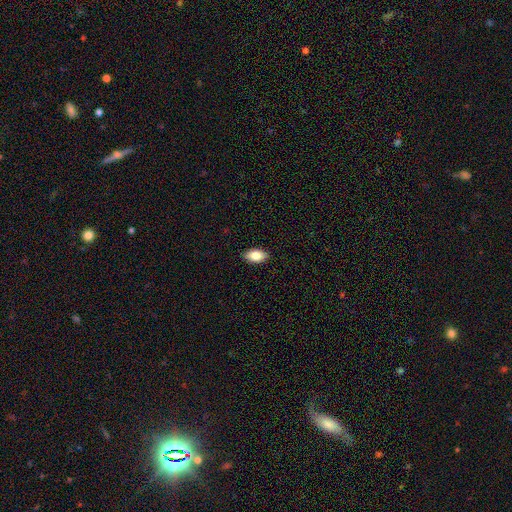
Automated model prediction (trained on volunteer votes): Q: Smooth or featured?
A: smooth (82%); runner-up: featured or disk (11%)
Q: How rounded?
A: in between (92%); runner-up: round (5%)
Q: Merging?
A: none (88%); runner-up: minor disturbance (9%)